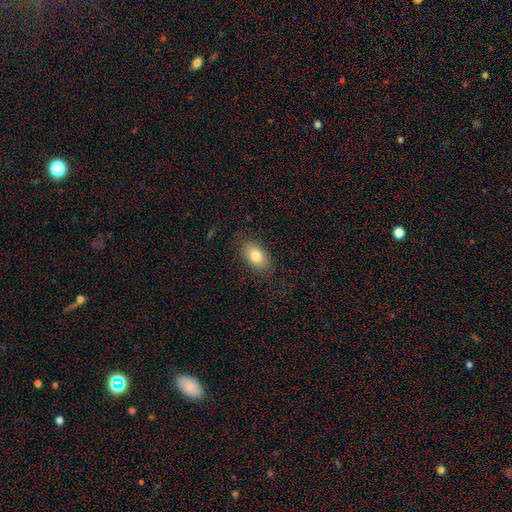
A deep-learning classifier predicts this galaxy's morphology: The model was most divided on "smooth or featured": smooth: 81%, featured or disk: 11%, star or artifact: 8%. More confident: how rounded — in between (89%); merging — none (84%).